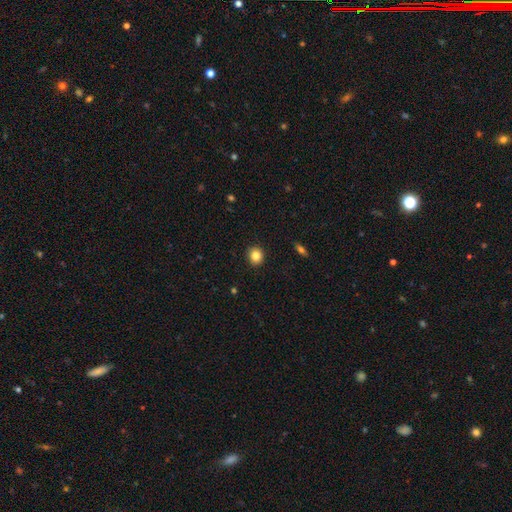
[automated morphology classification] Smooth or featured?
  - smooth: 85% *
  - star or artifact: 10%
  - featured or disk: 5%
How rounded?
  - round: 80% *
  - in between: 19%
  - cigar-shaped: 1%
Merging?
  - none: 92% *
  - minor disturbance: 6%
  - major disturbance: 2%
  - merger: 1%